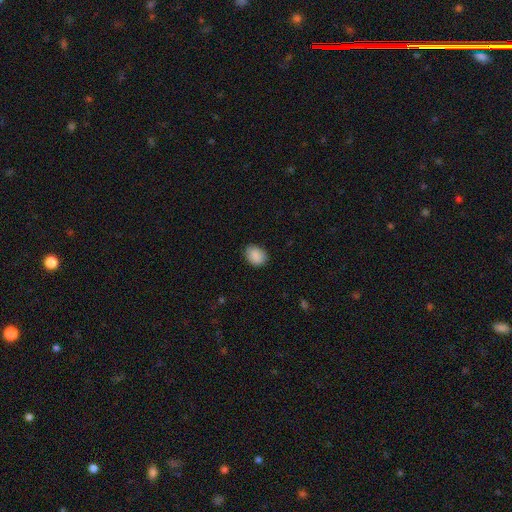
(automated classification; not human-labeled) Q: Smooth or featured?
A: smooth (89%); runner-up: star or artifact (7%)
Q: How rounded?
A: in between (65%); runner-up: round (34%)
Q: Merging?
A: none (83%); runner-up: minor disturbance (13%)